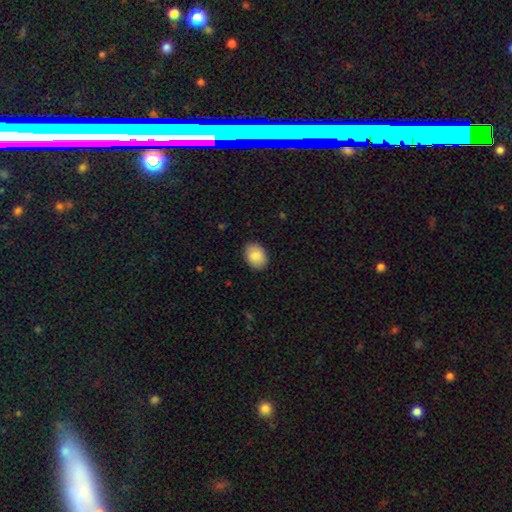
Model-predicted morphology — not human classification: A smooth galaxy with no disk features (85%) that is in between round and cigar-shaped (69%). Merging: none (88%).